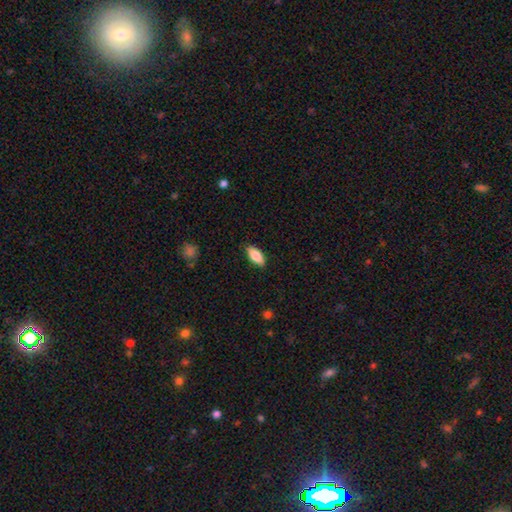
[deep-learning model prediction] smooth 82%, featured or disk 12%, star or artifact 6%. Down the decision tree: how rounded — in between (85%); merging — none (87%).